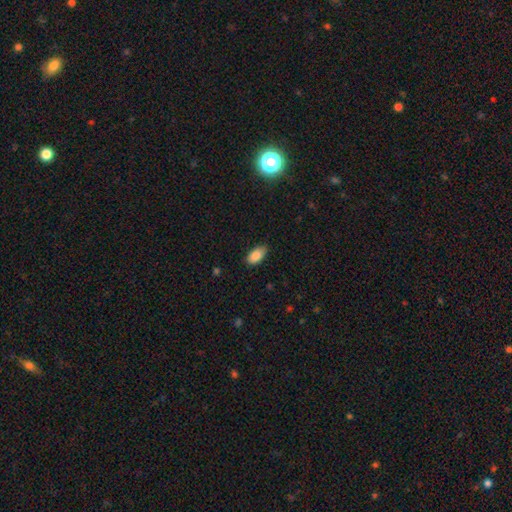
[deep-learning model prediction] This appears to be a smooth galaxy with no disk features (88%) that is in between round and cigar-shaped (94%). Merging: none (81%).